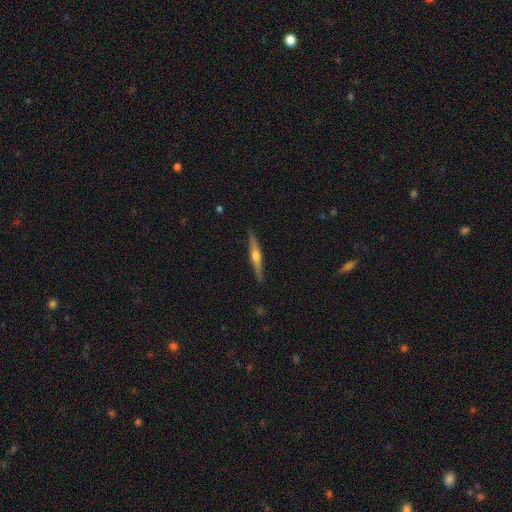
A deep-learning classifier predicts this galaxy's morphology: Smooth or featured?
  - featured or disk: 64% *
  - smooth: 30%
  - star or artifact: 6%
Edge-on disk?
  - yes: 97% *
  - no: 3%
Edge-on bulge?
  - rounded: 90% *
  - none: 6%
  - boxy: 4%
Merging?
  - none: 90% *
  - minor disturbance: 8%
  - major disturbance: 1%
  - merger: 1%